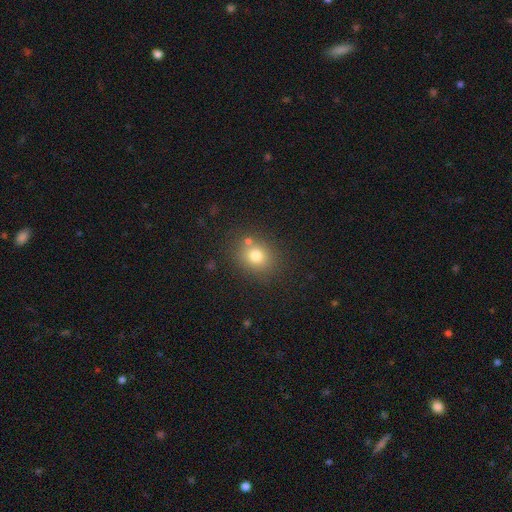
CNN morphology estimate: A smooth galaxy with no disk features (76%) that is round (68%).

Vote fractions:
- Smooth or featured? smooth: 76% / star or artifact: 14% / featured or disk: 11%
- How rounded? round: 68% / in between: 31% / cigar-shaped: 1%
- Merging? none: 74% / minor disturbance: 12% / merger: 11% / major disturbance: 4%